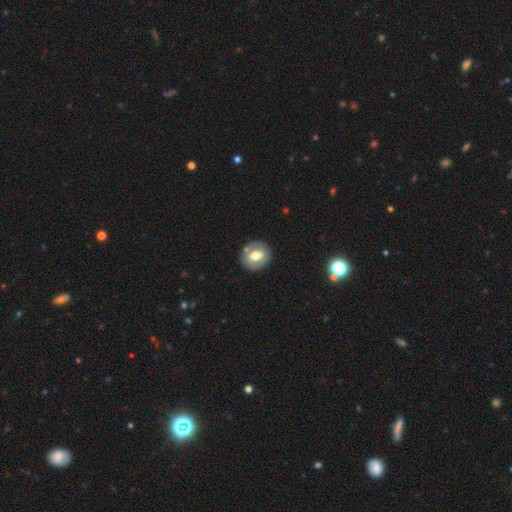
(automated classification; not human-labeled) A smooth galaxy with no disk features (56%) that is round (66%).

Vote fractions:
- Smooth or featured? smooth: 56% / featured or disk: 37% / star or artifact: 7%
- How rounded? round: 66% / in between: 33% / cigar-shaped: 1%
- Merging? none: 81% / minor disturbance: 11% / merger: 4% / major disturbance: 3%